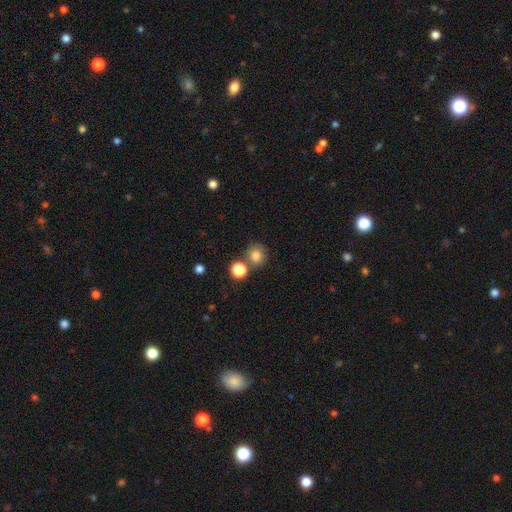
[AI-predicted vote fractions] Morphology: type=smooth (80%); roundness=round (85%); merging=none (68%).